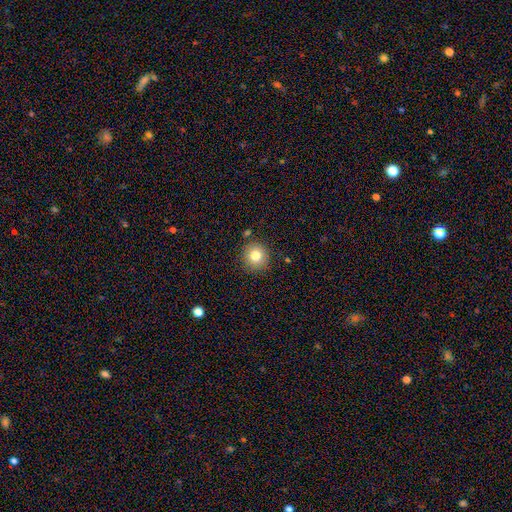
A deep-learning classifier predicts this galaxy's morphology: Smooth or featured: smooth — 80% (star or artifact — 11%)
How rounded: round — 93% (in between — 6%)
Merging: none — 87% (minor disturbance — 8%)